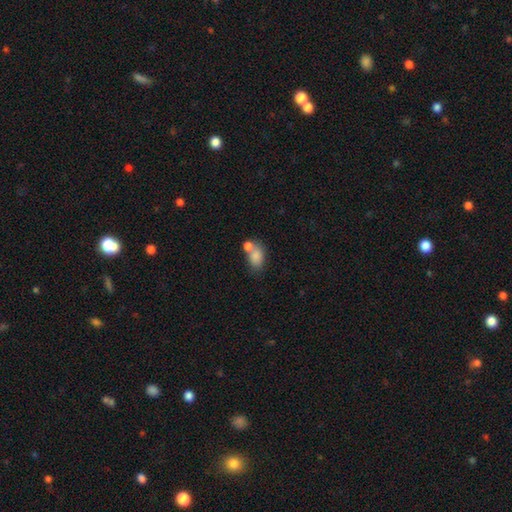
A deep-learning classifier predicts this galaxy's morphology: Smooth or featured?
  - smooth: 80% *
  - featured or disk: 10%
  - star or artifact: 9%
How rounded?
  - in between: 79% *
  - round: 20%
  - cigar-shaped: 2%
Merging?
  - merger: 44% *
  - none: 36%
  - minor disturbance: 14%
  - major disturbance: 6%